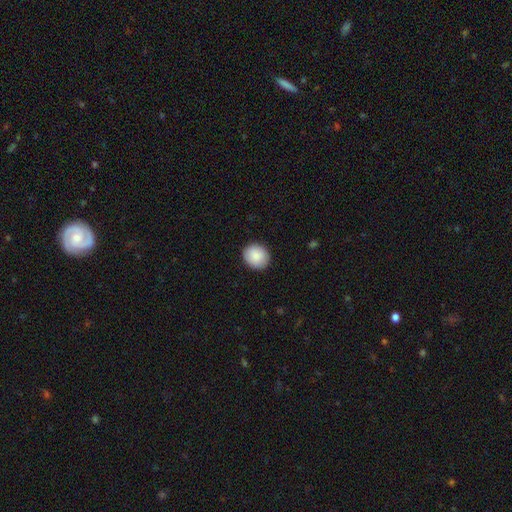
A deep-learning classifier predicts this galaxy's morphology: This appears to be a smooth galaxy with no disk features (89%) that is round (79%). Merging: none (90%).